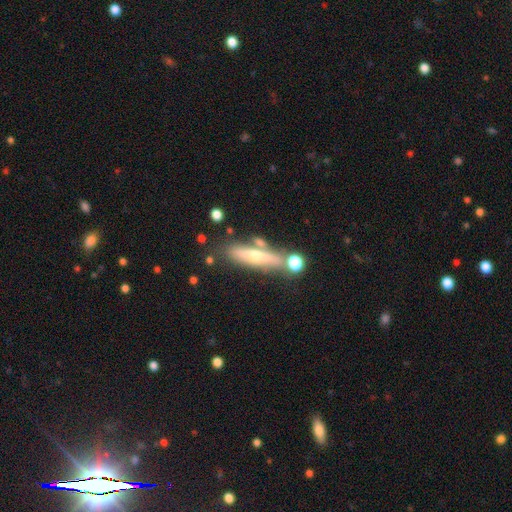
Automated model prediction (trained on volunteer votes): Smooth or featured? Predicted: featured or disk (p=0.56). Edge-on disk? Predicted: yes (p=0.79). Merging? Predicted: none (p=0.68).